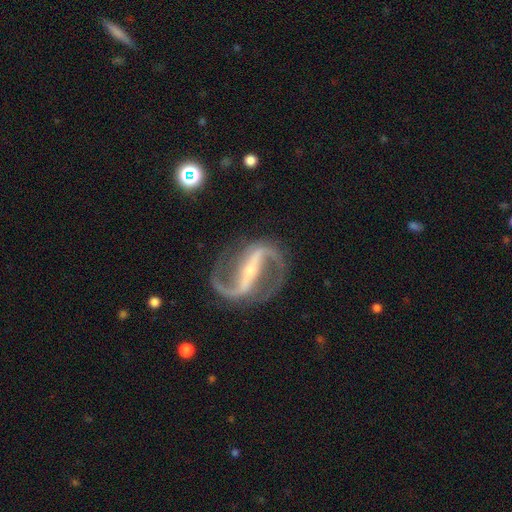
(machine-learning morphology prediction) Overall: featured or disk (93%). Edge-on disk: no (96%). Bar: strong (75%). Spiral arms: yes (98%). Spiral arm count: 2 (94%). Spiral winding: medium (49%; loose 39%). Bulge size: small (72%). Merging: none (83%).